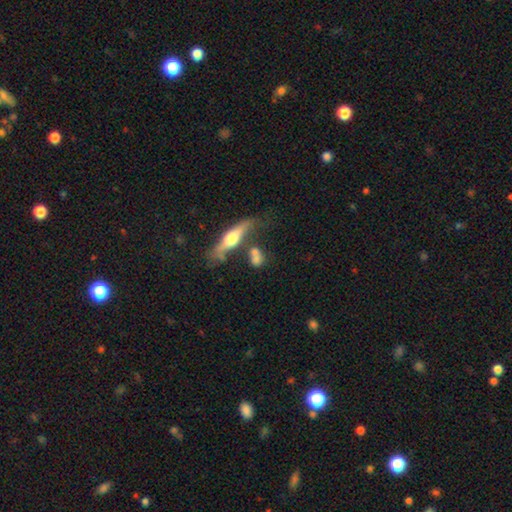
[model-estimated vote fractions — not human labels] smooth_or_featured: smooth (p=0.57) [alt: featured or disk p=0.34]
how_rounded: in between (p=0.49) [alt: round p=0.27]
merging: none (p=0.44) [alt: merger p=0.30]